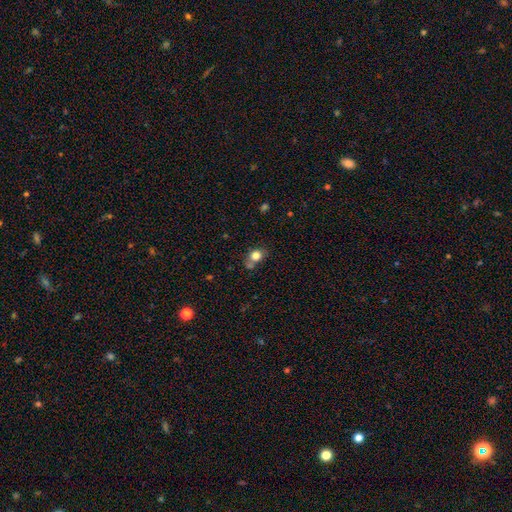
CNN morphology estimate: Smooth or featured: smooth — 80% (star or artifact — 11%)
How rounded: round — 65% (in between — 34%)
Merging: none — 54% (merger — 20%)